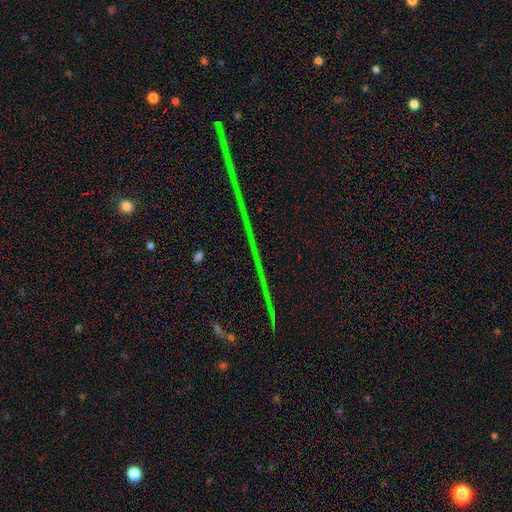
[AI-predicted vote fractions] smooth_or_featured: star or artifact (p=0.83) [alt: featured or disk p=0.10]